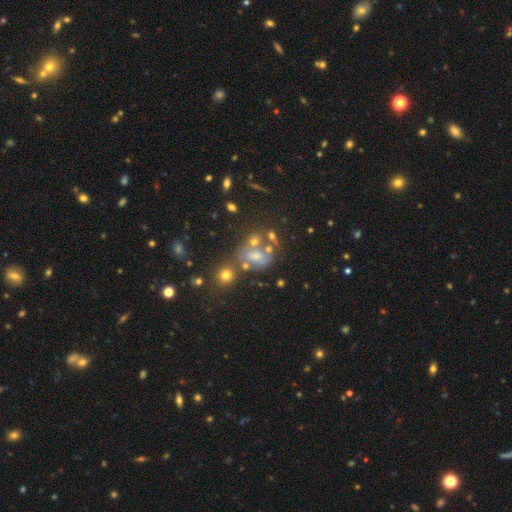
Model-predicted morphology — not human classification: smooth_or_featured: smooth (p=0.42) [alt: featured or disk p=0.38]
merging: none (p=0.36) [alt: merger p=0.26]